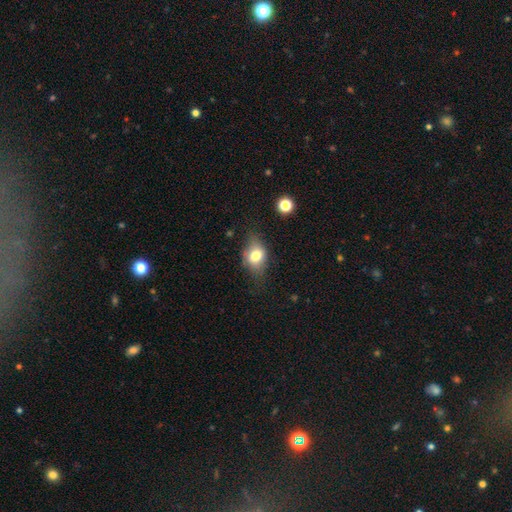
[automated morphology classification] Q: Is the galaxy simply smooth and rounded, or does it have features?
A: smooth — 68%.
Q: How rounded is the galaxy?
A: in between — 71%.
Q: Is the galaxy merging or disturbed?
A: none — 58%.